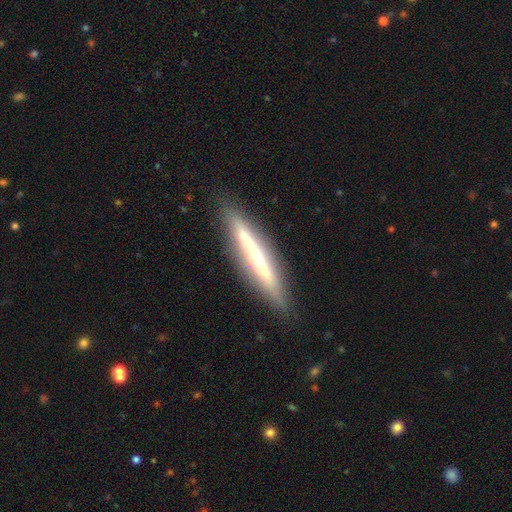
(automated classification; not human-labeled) featured or disk 54%, smooth 39%, star or artifact 7%. Down the decision tree: edge-on disk — yes (90%); merging — none (85%).